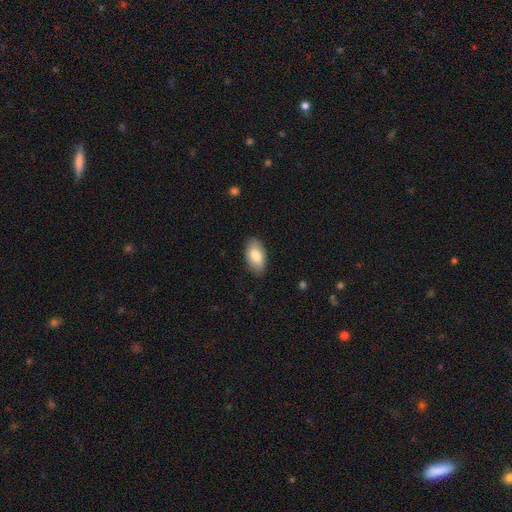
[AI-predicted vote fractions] The model was most divided on "smooth or featured": smooth: 80%, featured or disk: 14%, star or artifact: 6%. More confident: how rounded — in between (94%); merging — none (86%).